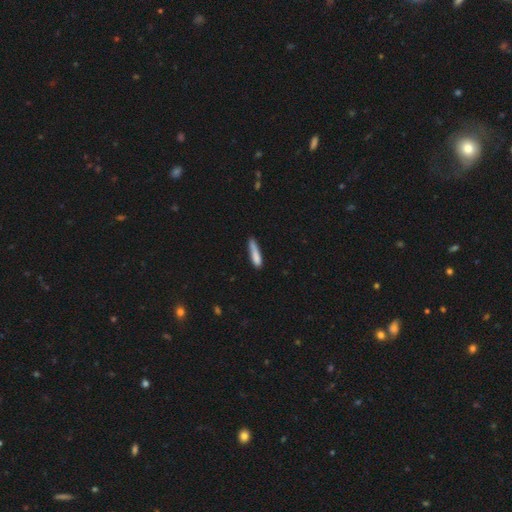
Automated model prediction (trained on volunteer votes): A smooth galaxy with no disk features (81%) that is cigar-shaped (86%).

Vote fractions:
- Smooth or featured? smooth: 81% / featured or disk: 12% / star or artifact: 7%
- How rounded? cigar-shaped: 86% / in between: 12% / round: 1%
- Merging? none: 63% / minor disturbance: 27% / major disturbance: 6% / merger: 4%